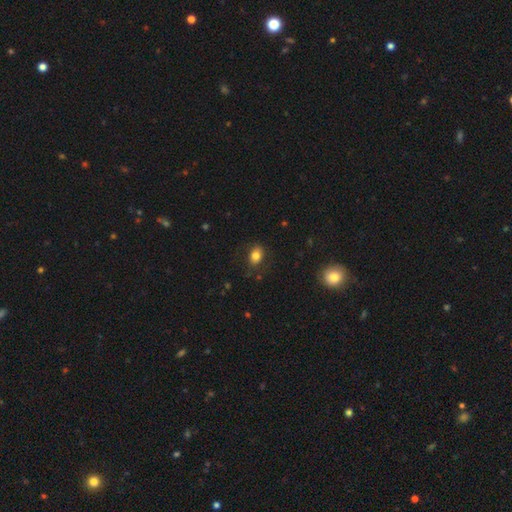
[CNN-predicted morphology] smooth-or-featured: smooth: 81% | star or artifact: 10% | featured or disk: 9%
  how-rounded: in between: 70% | round: 28% | cigar-shaped: 1%
  merging: none: 80% | minor disturbance: 14% | major disturbance: 5% | merger: 1%